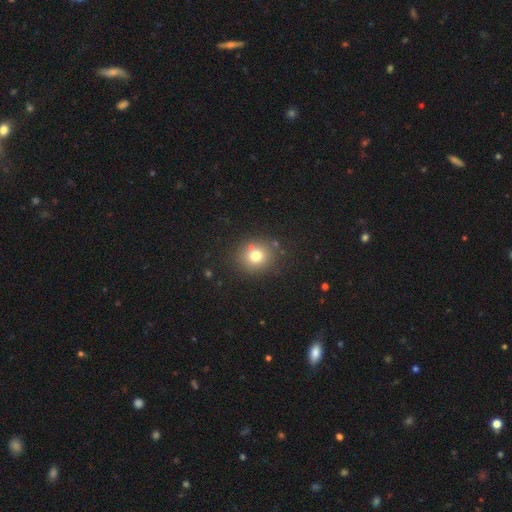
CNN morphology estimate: This appears to be a smooth galaxy with no disk features (75%) that is round (85%). Merging: none (82%).